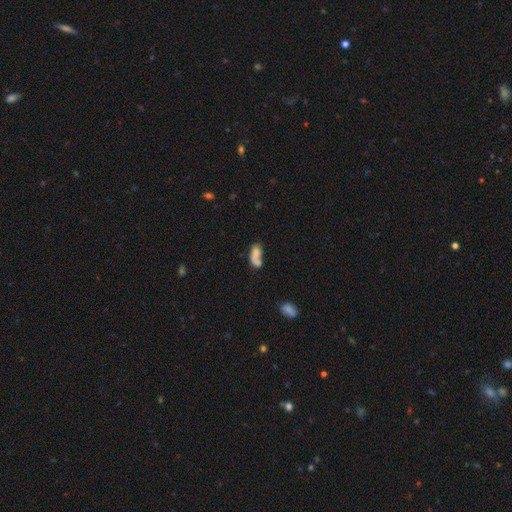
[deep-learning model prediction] The model was most divided on "merging": merger: 35%, none: 30%, major disturbance: 18%, minor disturbance: 16%. More confident: how rounded — in between (82%); smooth or featured — smooth (64%).